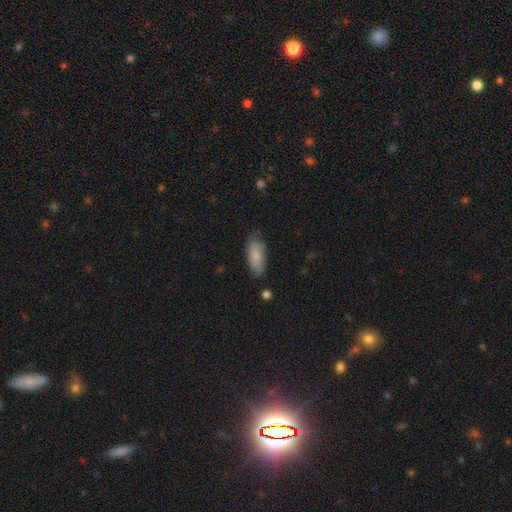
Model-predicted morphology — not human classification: smooth_or_featured: smooth (p=0.79) [alt: featured or disk p=0.15]
how_rounded: in between (p=0.82) [alt: cigar-shaped p=0.16]
merging: none (p=0.63) [alt: minor disturbance p=0.29]